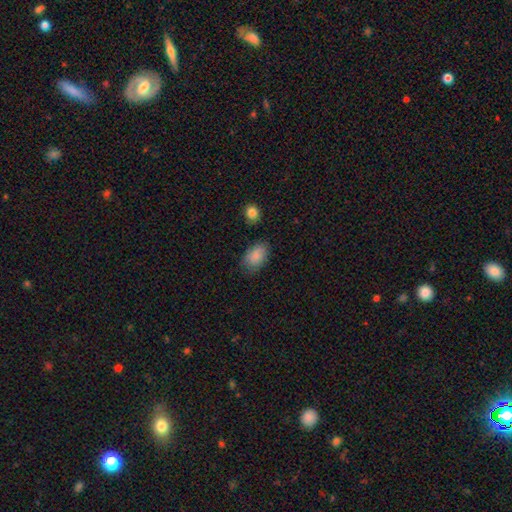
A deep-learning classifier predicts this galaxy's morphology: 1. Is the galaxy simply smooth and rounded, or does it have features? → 87% smooth, 7% star or artifact, 6% featured or disk.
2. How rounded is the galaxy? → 90% in between, 8% round, 1% cigar-shaped.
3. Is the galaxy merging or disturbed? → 75% none, 19% minor disturbance, 4% major disturbance, 2% merger.